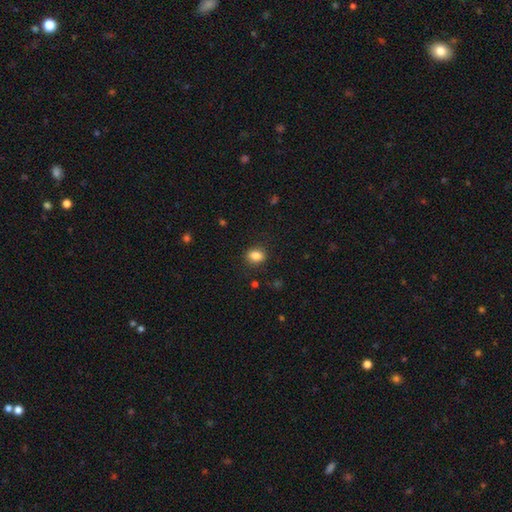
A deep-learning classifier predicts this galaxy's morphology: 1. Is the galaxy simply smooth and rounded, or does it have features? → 85% smooth, 10% star or artifact, 5% featured or disk.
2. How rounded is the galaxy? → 60% in between, 39% round, 1% cigar-shaped.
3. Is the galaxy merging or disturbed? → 86% none, 10% minor disturbance, 3% major disturbance, 1% merger.